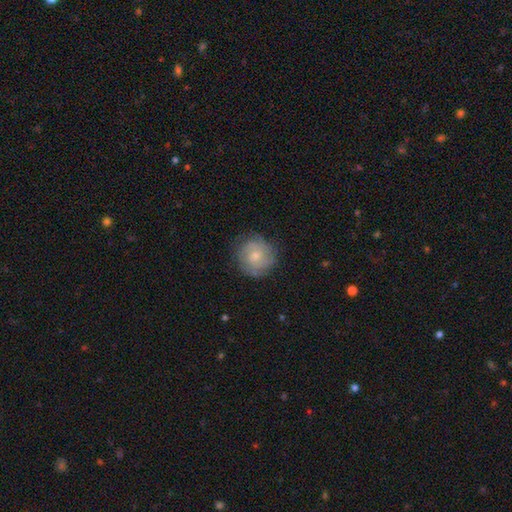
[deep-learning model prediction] This is possibly a featured or disk galaxy (50%). It is clearly not viewed edge-on (98%). Merging: likely none (78%).